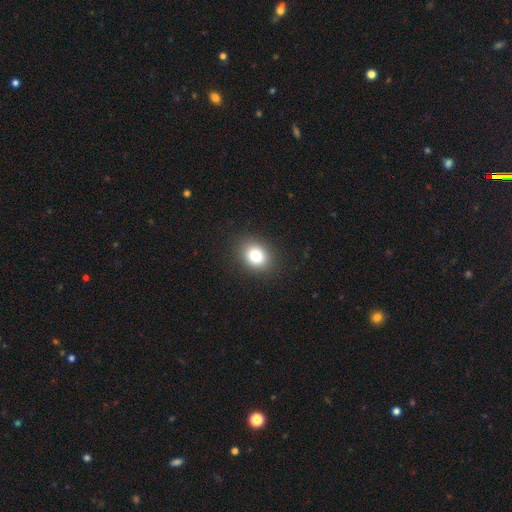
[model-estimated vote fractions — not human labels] A smooth galaxy with no disk features (80%) that is round (50%). Merging: none (89%).